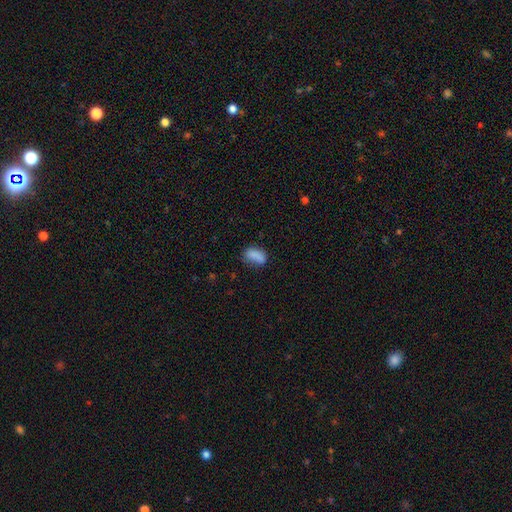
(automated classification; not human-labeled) Overall: smooth (82%). How rounded: in between (86%). Merging: none (56%; minor disturbance 28%).